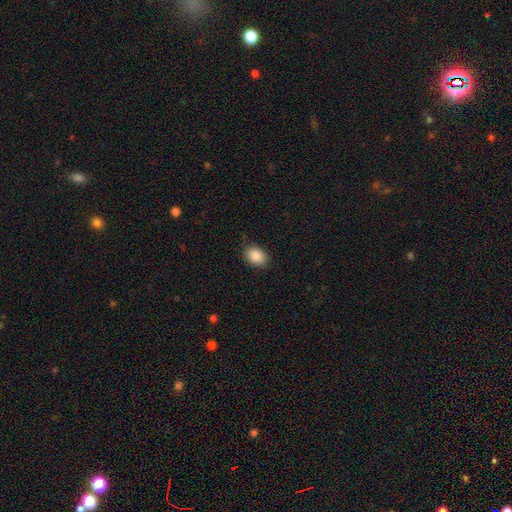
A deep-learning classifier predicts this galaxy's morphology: smooth-or-featured: smooth: 89% | star or artifact: 7% | featured or disk: 4%
  how-rounded: in between: 75% | round: 24% | cigar-shaped: 1%
  merging: none: 87% | minor disturbance: 10% | major disturbance: 2% | merger: 1%